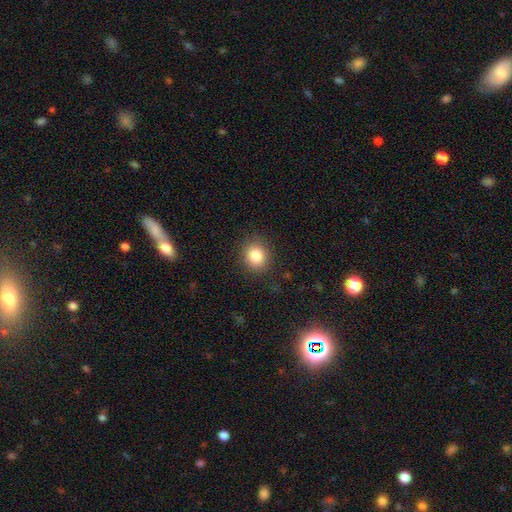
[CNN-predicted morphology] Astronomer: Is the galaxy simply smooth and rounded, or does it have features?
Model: smooth — 85%.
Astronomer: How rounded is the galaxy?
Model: round — 76%.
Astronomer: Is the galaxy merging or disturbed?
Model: none — 87%.